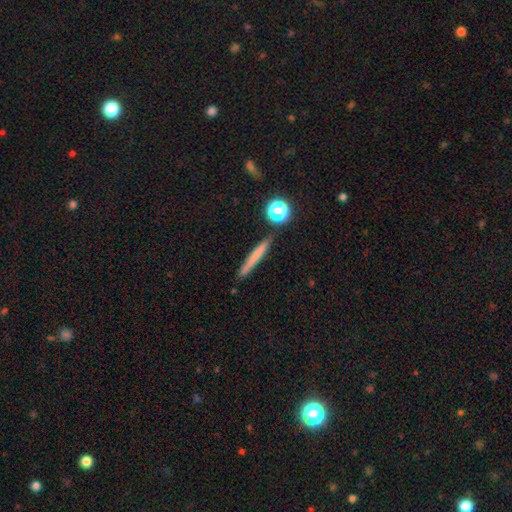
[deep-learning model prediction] Smooth or featured?
  - smooth: 64% *
  - featured or disk: 27%
  - star or artifact: 9%
How rounded?
  - cigar-shaped: 93% *
  - in between: 3%
  - round: 3%
Merging?
  - none: 86% *
  - minor disturbance: 9%
  - merger: 3%
  - major disturbance: 2%